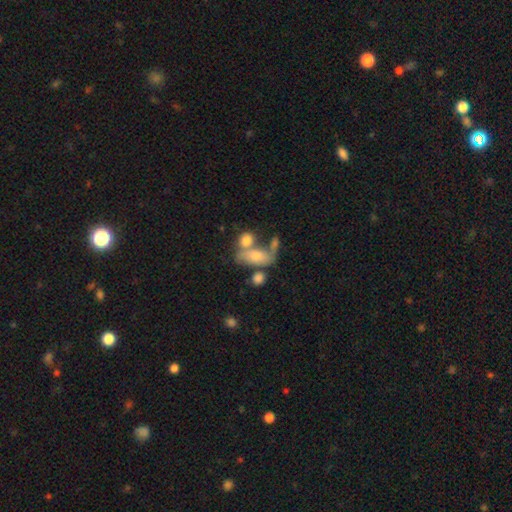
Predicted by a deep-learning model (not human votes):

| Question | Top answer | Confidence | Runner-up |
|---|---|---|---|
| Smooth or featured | smooth | 50% | featured or disk (38%) |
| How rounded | in between | 81% | round (12%) |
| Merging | merger | 43% | none (29%) |